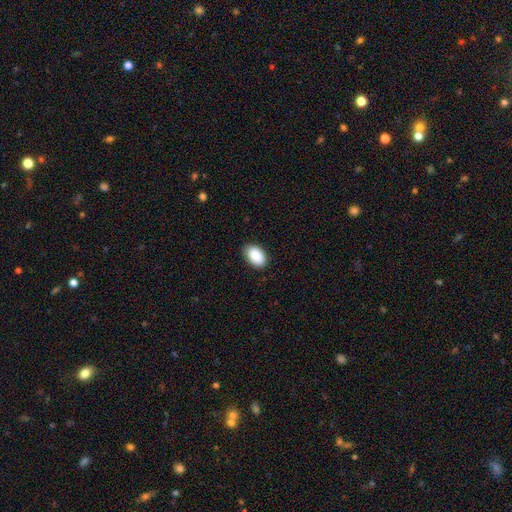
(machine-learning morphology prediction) Q: Smooth or featured?
A: smooth (89%); runner-up: star or artifact (6%)
Q: How rounded?
A: in between (91%); runner-up: round (8%)
Q: Merging?
A: none (86%); runner-up: minor disturbance (11%)